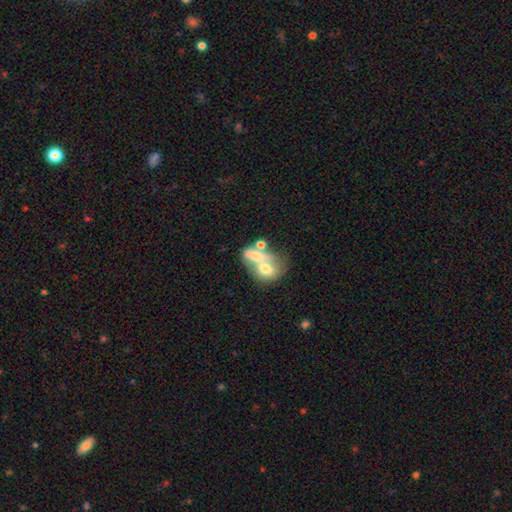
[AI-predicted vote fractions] A smooth galaxy with no disk features (60%) that is in between round and cigar-shaped (67%). Merging: merger (65%).